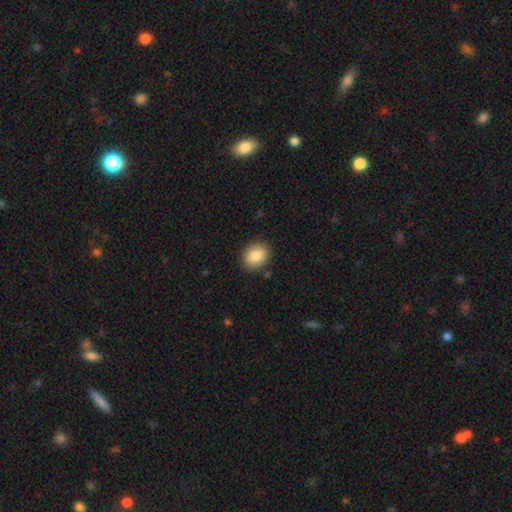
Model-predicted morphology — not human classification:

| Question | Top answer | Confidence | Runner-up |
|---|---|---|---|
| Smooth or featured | smooth | 86% | star or artifact (7%) |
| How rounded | in between | 59% | round (40%) |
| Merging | none | 87% | minor disturbance (9%) |